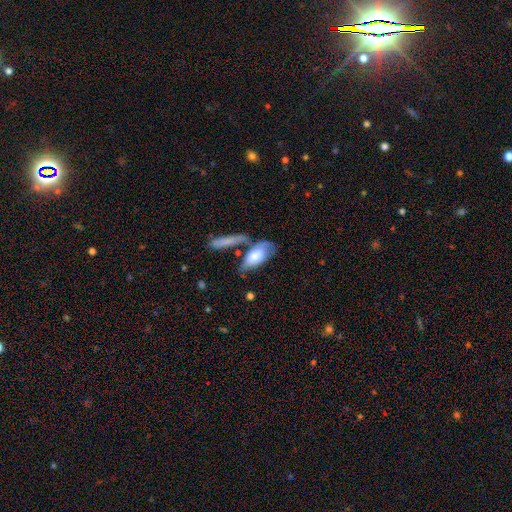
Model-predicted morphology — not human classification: Smooth or featured? Predicted: smooth (p=0.69). How rounded? Predicted: in between (p=0.83). Merging? Predicted: none (p=0.38).